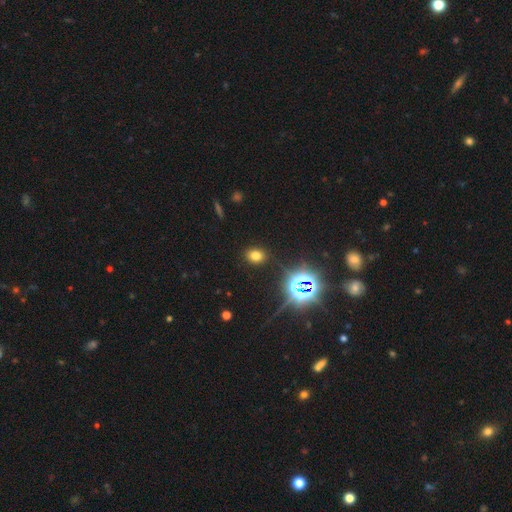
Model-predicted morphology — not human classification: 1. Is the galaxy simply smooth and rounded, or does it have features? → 68% smooth, 25% star or artifact, 7% featured or disk.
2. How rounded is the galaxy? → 58% in between, 41% round, 1% cigar-shaped.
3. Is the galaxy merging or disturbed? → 88% none, 8% minor disturbance, 3% major disturbance, 2% merger.